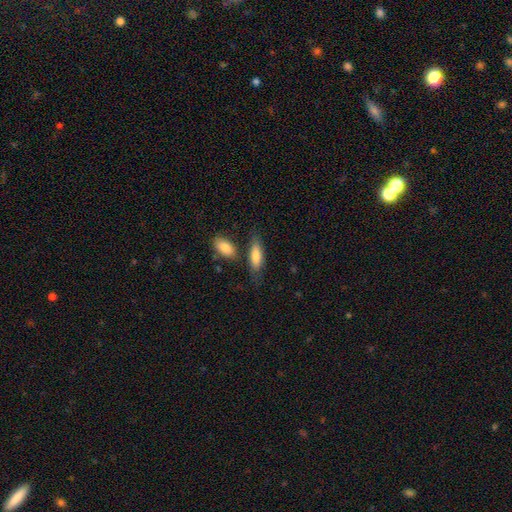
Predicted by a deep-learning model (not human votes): smooth 78%, featured or disk 16%, star or artifact 6%. Down the decision tree: how rounded — in between (59%); merging — none (66%).